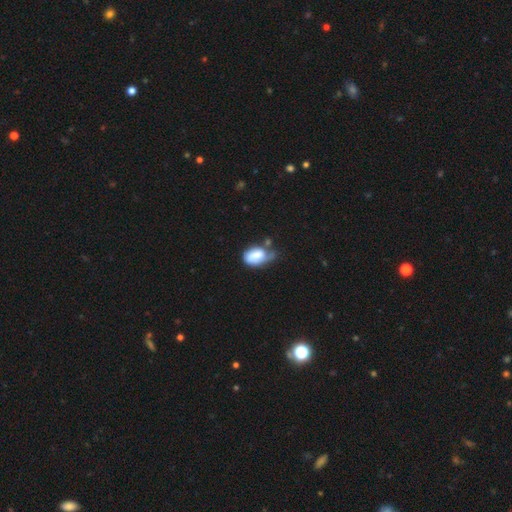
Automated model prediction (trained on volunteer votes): smooth_or_featured: smooth (p=0.68) [alt: featured or disk p=0.25]
how_rounded: in between (p=0.86) [alt: round p=0.12]
merging: minor disturbance (p=0.37) [alt: none p=0.26]